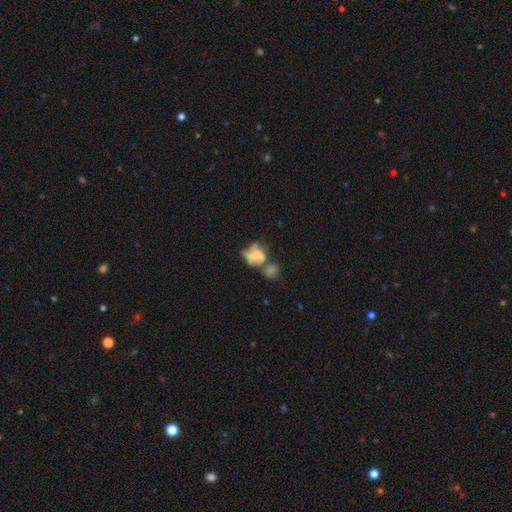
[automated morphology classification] smooth-or-featured: smooth: 48% | featured or disk: 41% | star or artifact: 11%
  merging: merger: 46% | none: 24% | minor disturbance: 15% | major disturbance: 15%